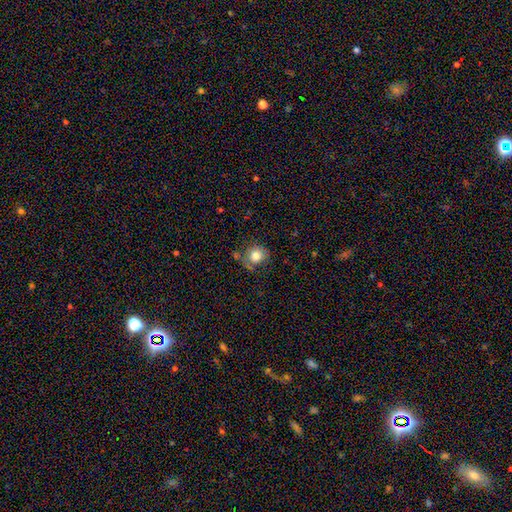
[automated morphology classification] smooth_or_featured: smooth (p=0.78) [alt: featured or disk p=0.12]
how_rounded: round (p=0.82) [alt: in between p=0.17]
merging: none (p=0.58) [alt: minor disturbance p=0.23]